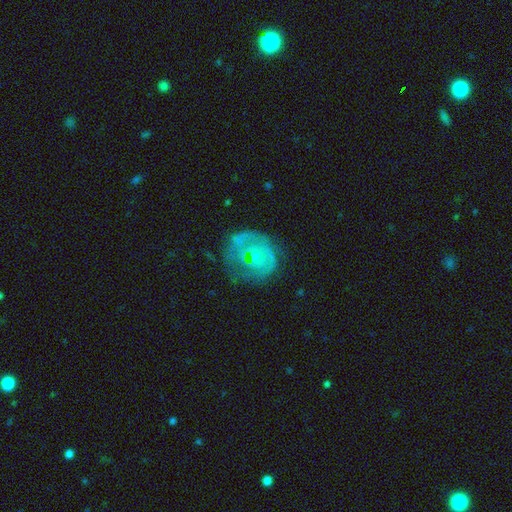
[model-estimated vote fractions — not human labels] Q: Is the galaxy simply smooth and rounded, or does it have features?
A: featured or disk — 66%.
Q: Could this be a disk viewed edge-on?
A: no — 98%.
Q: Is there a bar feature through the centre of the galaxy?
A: no — 76%.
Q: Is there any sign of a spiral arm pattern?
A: yes — 67%.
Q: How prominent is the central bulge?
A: small — 56%.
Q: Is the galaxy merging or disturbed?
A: none — 51%.